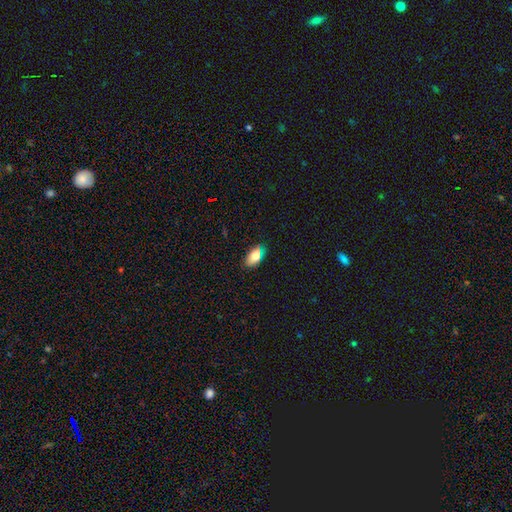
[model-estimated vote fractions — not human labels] This appears to be a smooth galaxy with no disk features (78%) that is in between round and cigar-shaped (90%). Merging: none (82%).